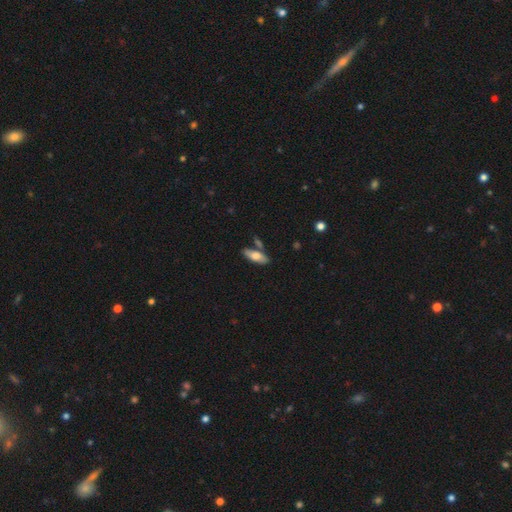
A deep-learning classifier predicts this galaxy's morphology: A smooth galaxy with no disk features (68%) that is in between round and cigar-shaped (72%). Merging: none (72%).